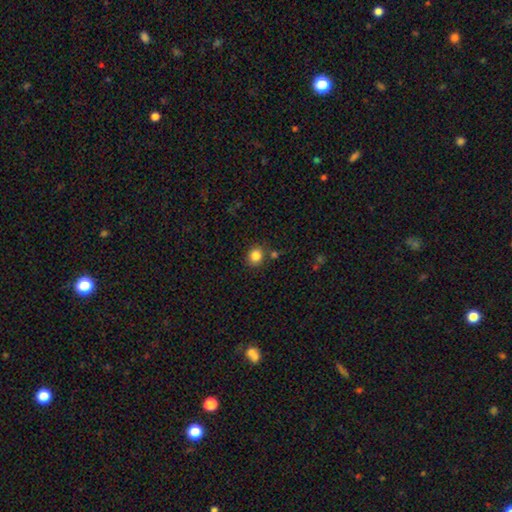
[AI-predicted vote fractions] Smooth or featured: smooth — 85% (star or artifact — 10%)
How rounded: round — 77% (in between — 22%)
Merging: none — 82% (minor disturbance — 9%)